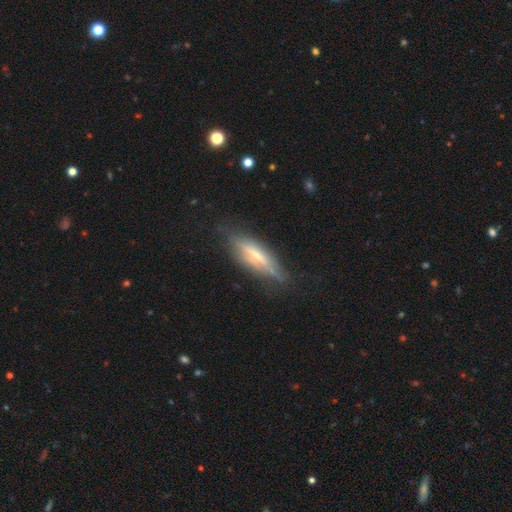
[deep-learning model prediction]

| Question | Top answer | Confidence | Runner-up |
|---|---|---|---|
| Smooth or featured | featured or disk | 63% | smooth (30%) |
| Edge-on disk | yes | 88% | no (12%) |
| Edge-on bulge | rounded | 70% | none (16%) |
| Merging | none | 74% | minor disturbance (19%) |